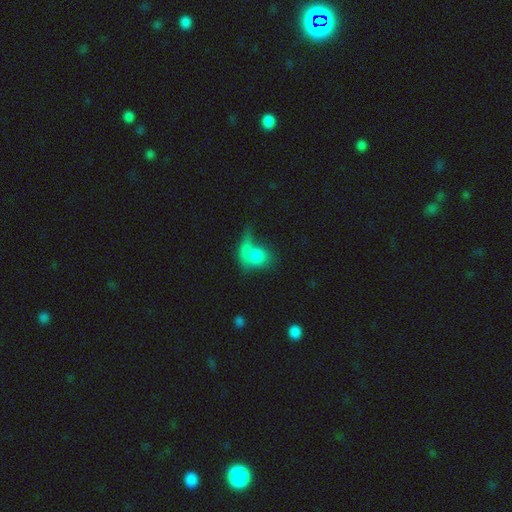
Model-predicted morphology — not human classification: Overall: smooth (74%). How rounded: round (52%; in between 44%). Merging: merger (39%; none 25%).